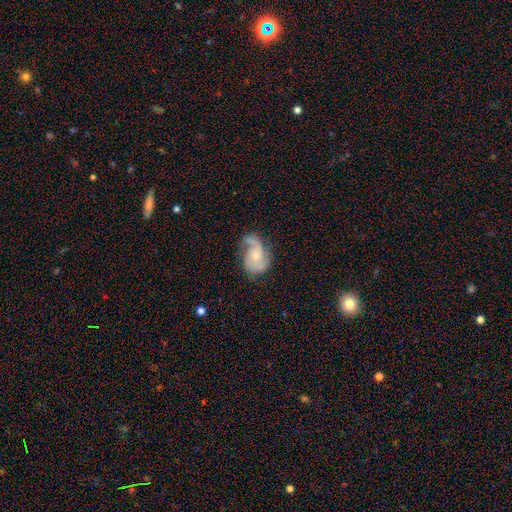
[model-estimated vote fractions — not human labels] Morphology: type=featured or disk (77%); edge-on=no (98%); bar=no (69%); spiral arms=yes (94%); winding=medium (46%); arm count=2 (62%); bulge=small (56%); merging=none (51%).